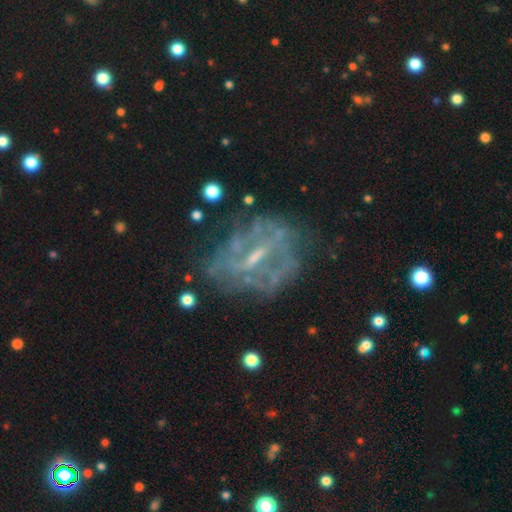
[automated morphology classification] A featured or disk galaxy (76%) with a weak bar (47%), no spiral arms (52%) and a small central bulge (46%). Merging: none (55%).